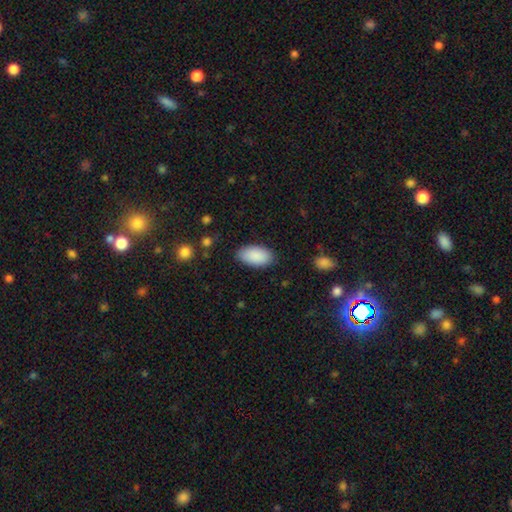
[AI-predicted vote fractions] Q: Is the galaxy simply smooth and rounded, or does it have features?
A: smooth — 90%.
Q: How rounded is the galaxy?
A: in between — 96%.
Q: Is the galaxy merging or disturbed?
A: none — 86%.